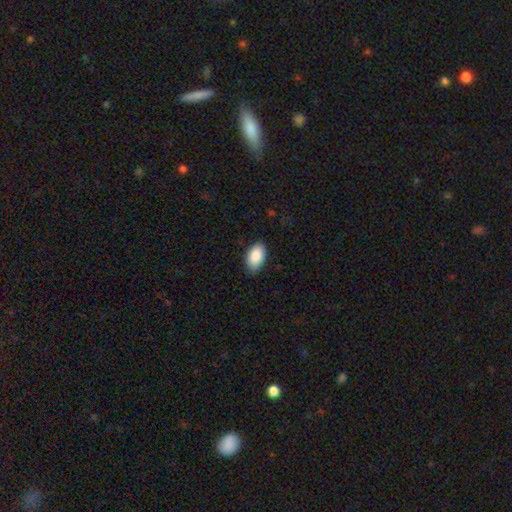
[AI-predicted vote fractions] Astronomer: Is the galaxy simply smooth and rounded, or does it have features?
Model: smooth — 87%.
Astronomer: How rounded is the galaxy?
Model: in between — 94%.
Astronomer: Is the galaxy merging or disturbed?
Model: none — 80%.